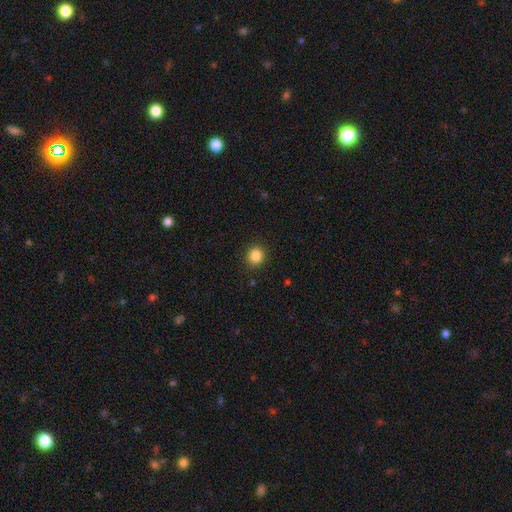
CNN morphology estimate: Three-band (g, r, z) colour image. It shows a smooth galaxy with no disk features (85%) that is round (85%). Merging: none (89%).